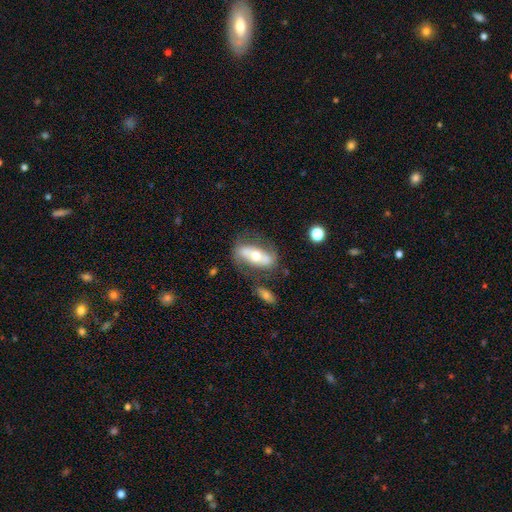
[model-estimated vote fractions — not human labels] This is possibly a featured or disk galaxy (54%). It is likely not viewed edge-on (72%). Merging: likely none (66%).